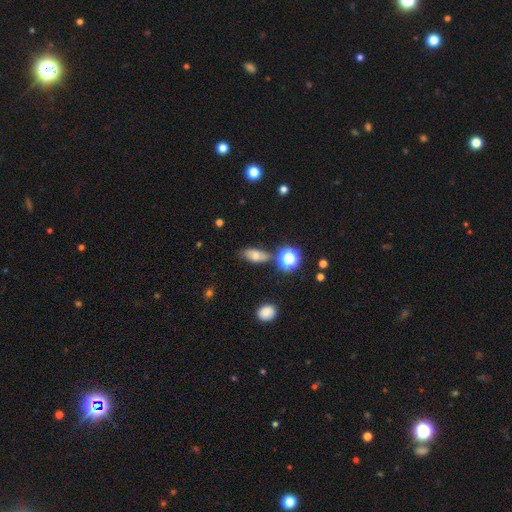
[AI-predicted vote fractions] smooth-or-featured: smooth: 61% | featured or disk: 21% | star or artifact: 18%
  how-rounded: in between: 77% | cigar-shaped: 12% | round: 11%
  merging: none: 73% | minor disturbance: 16% | merger: 6% | major disturbance: 5%